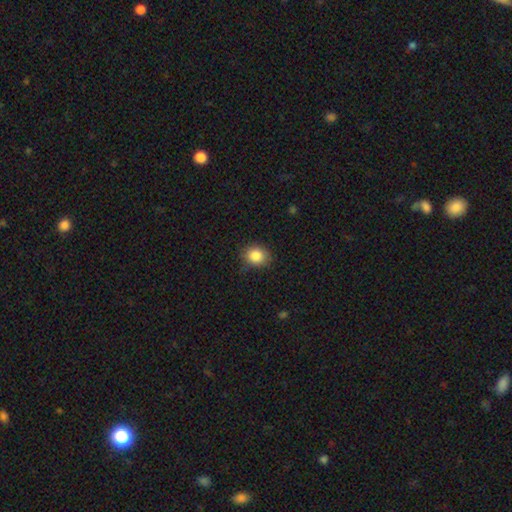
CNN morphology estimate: This is clearly a smooth galaxy (86%). How rounded: likely round (62%). Merging: clearly none (80%).